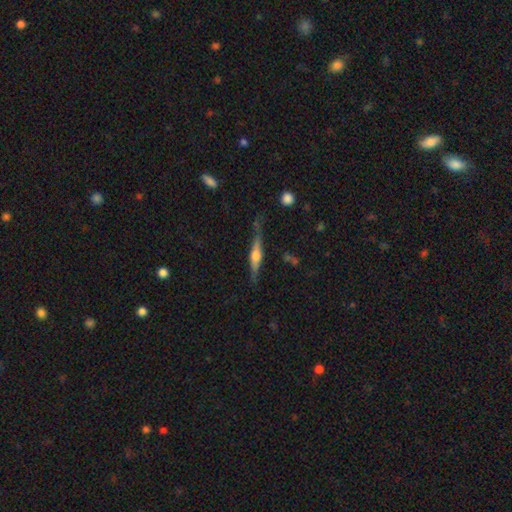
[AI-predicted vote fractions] The model was most divided on "smooth or featured": featured or disk: 66%, smooth: 28%, star or artifact: 6%. More confident: edge-on disk — yes (96%); edge-on bulge — rounded (86%); merging — none (74%).